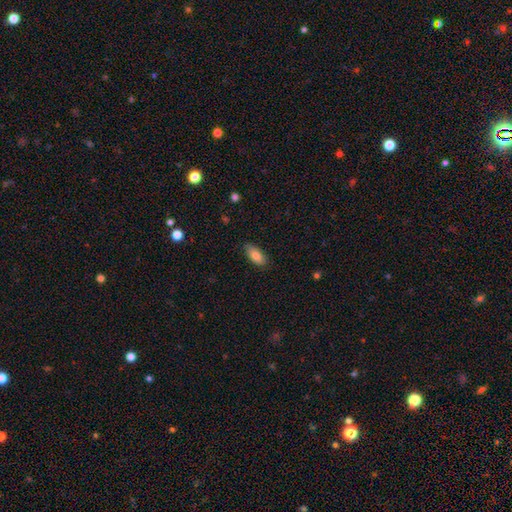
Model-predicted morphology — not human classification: The model was most divided on "merging": none: 82%, minor disturbance: 15%, major disturbance: 2%, merger: 1%. More confident: how rounded — in between (87%); smooth or featured — smooth (82%).